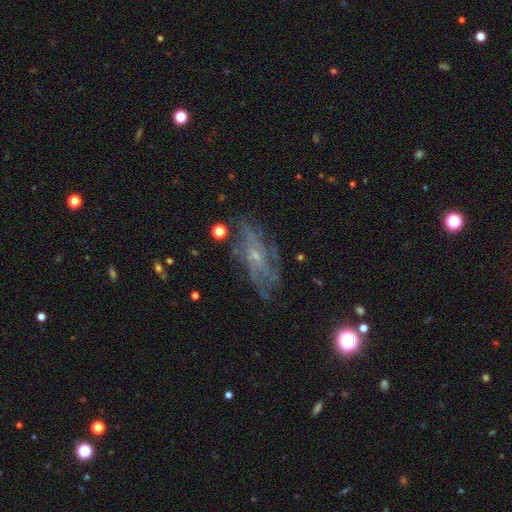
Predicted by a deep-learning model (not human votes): The model was most divided on "spiral winding": tight: 41%, medium: 39%, loose: 20%. Remaining: edge-on disk — no (88%); spiral arms — yes (83%); smooth or featured — featured or disk (76%); bulge size — small (75%); merging — none (68%); bar — no (68%); spiral arm count — can't tell (47%).